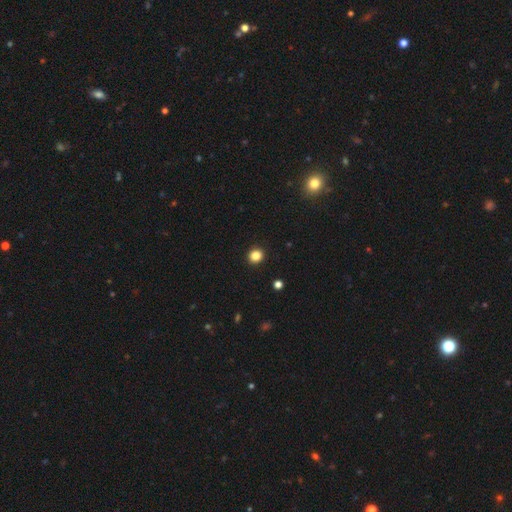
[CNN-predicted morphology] Smooth or featured? Predicted: smooth (p=0.85). How rounded? Predicted: round (p=0.85). Merging? Predicted: none (p=0.92).